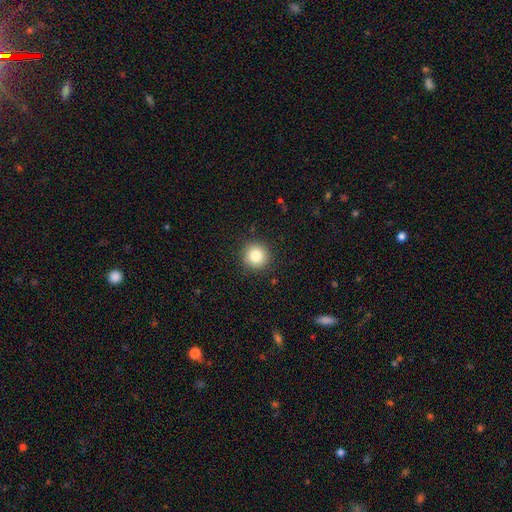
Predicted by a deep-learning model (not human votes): Q: Smooth or featured?
A: smooth (83%); runner-up: star or artifact (10%)
Q: How rounded?
A: round (95%); runner-up: in between (4%)
Q: Merging?
A: none (91%); runner-up: minor disturbance (6%)